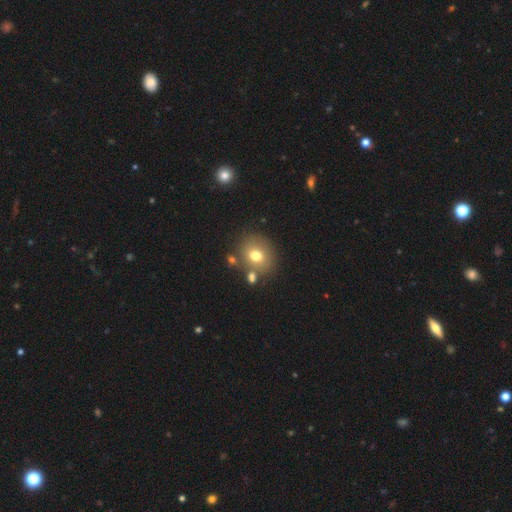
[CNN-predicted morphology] Smooth or featured: smooth — 72% (featured or disk — 15%)
How rounded: round — 74% (in between — 25%)
Merging: none — 73% (merger — 12%)